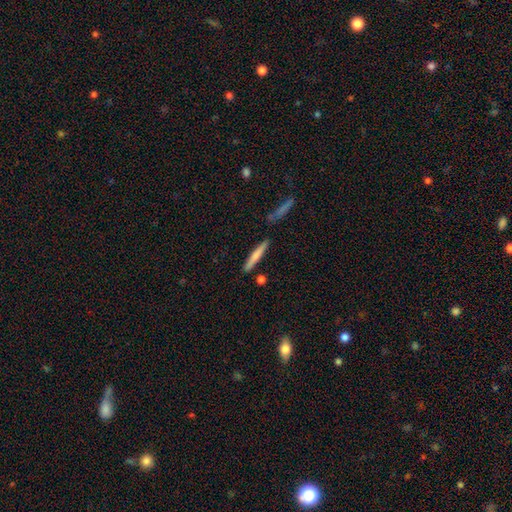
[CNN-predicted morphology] Smooth or featured: smooth — 69% (featured or disk — 25%)
How rounded: cigar-shaped — 94% (in between — 5%)
Merging: none — 84% (minor disturbance — 9%)